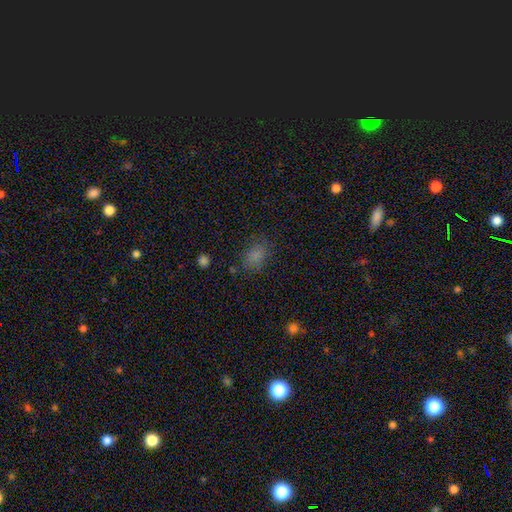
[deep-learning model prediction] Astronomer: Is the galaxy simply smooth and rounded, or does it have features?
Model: smooth — 76%.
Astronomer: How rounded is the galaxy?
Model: in between — 70%.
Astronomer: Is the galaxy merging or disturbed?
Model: none — 73%.